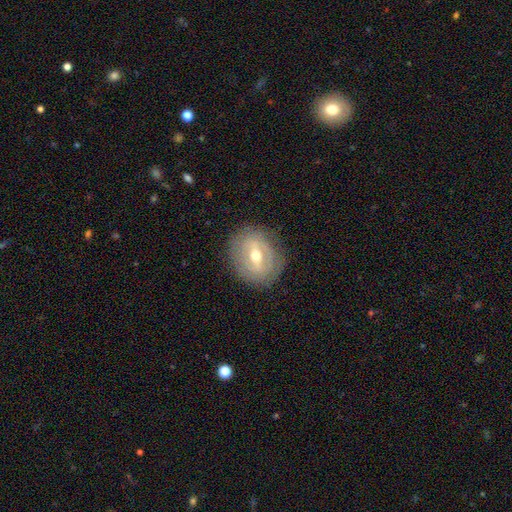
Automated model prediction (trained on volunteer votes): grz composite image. It shows a featured or disk galaxy (68%) with a weak bar (43%), no spiral arms (56%) and a moderate central bulge (68%). Merging: none (82%).